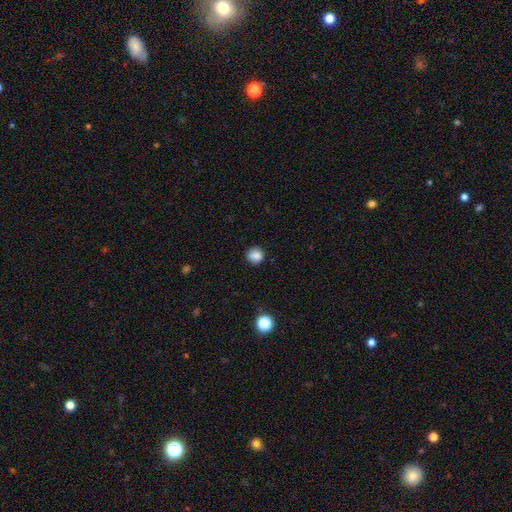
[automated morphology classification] smooth 86%, star or artifact 11%, featured or disk 3%. Down the decision tree: how rounded — round (89%); merging — none (88%).